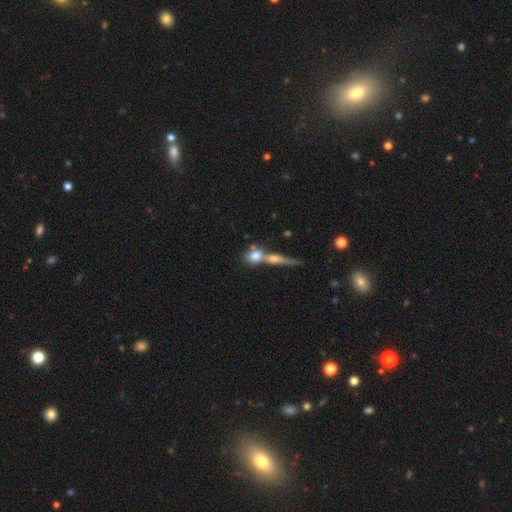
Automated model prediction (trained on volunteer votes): Morphology: type=smooth (66%); roundness=round (55%); merging=merger (47%).